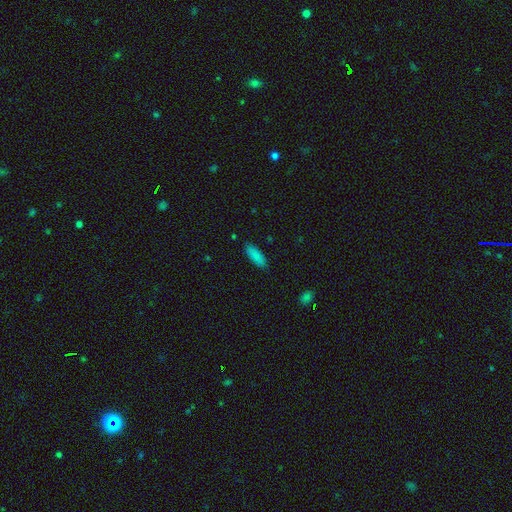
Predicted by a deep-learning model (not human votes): The model was most divided on "how rounded": in between: 68%, cigar-shaped: 30%, round: 2%. More confident: smooth or featured — smooth (87%); merging — none (86%).